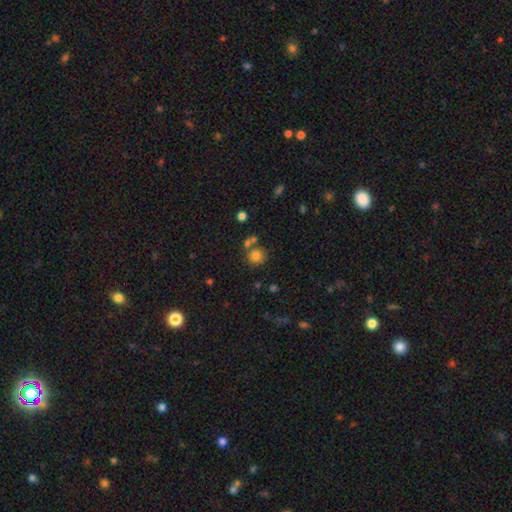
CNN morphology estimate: Smooth or featured: smooth — 78% (star or artifact — 14%)
How rounded: round — 92% (in between — 8%)
Merging: none — 70% (merger — 18%)